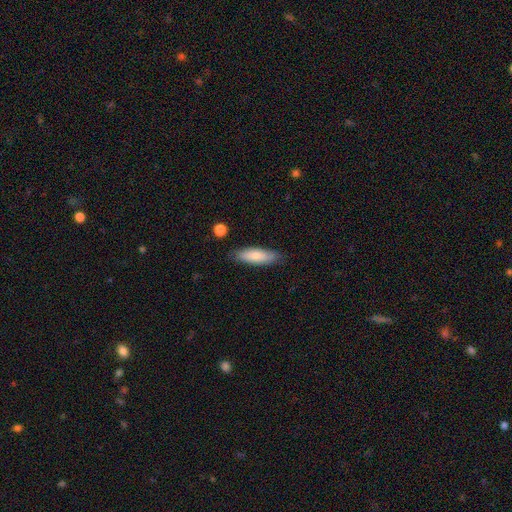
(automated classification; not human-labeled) Q: Smooth or featured?
A: smooth (78%); runner-up: featured or disk (16%)
Q: How rounded?
A: in between (53%); runner-up: cigar-shaped (46%)
Q: Merging?
A: none (80%); runner-up: minor disturbance (15%)